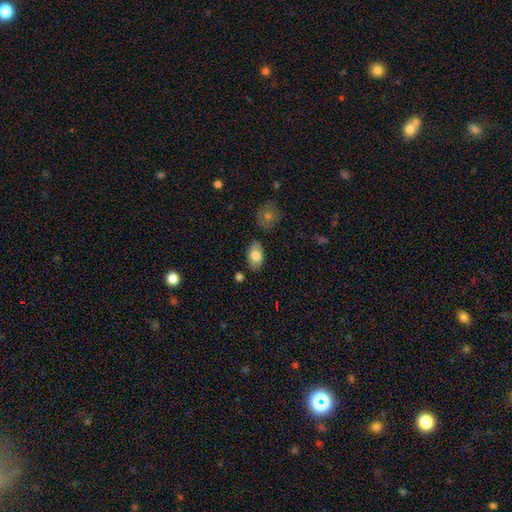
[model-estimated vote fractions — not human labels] The model was most divided on "smooth or featured": smooth: 77%, featured or disk: 16%, star or artifact: 7%. More confident: how rounded — in between (92%); merging — none (80%).